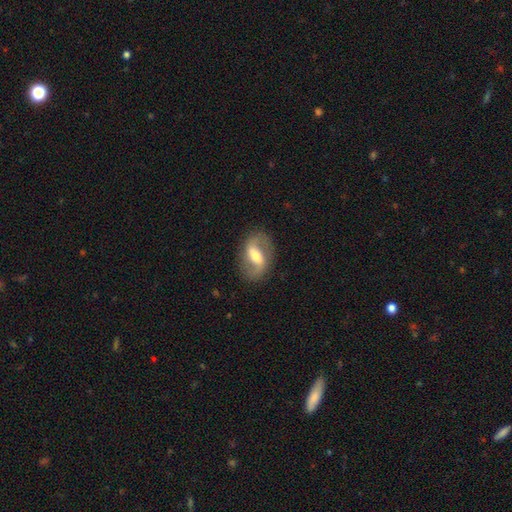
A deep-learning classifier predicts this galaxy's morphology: Smooth or featured? featured or disk (76%)
Edge-on disk? no (95%)
Bar? weak (43%)
Spiral arms? yes (85%)
Spiral winding? loose (50%)
Spiral arm count? 2 (90%)
Bulge size? moderate (62%)
Merging? none (82%)